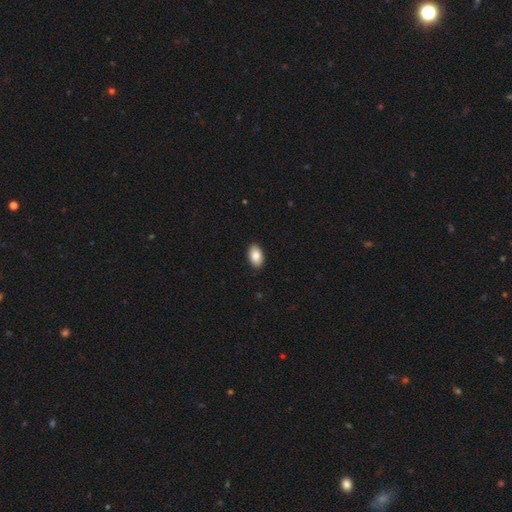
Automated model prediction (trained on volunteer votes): A smooth galaxy with no disk features (85%) that is in between round and cigar-shaped (93%).

Vote fractions:
- Smooth or featured? smooth: 85% / featured or disk: 8% / star or artifact: 7%
- How rounded? in between: 93% / round: 6% / cigar-shaped: 1%
- Merging? none: 90% / minor disturbance: 8% / major disturbance: 2% / merger: 1%